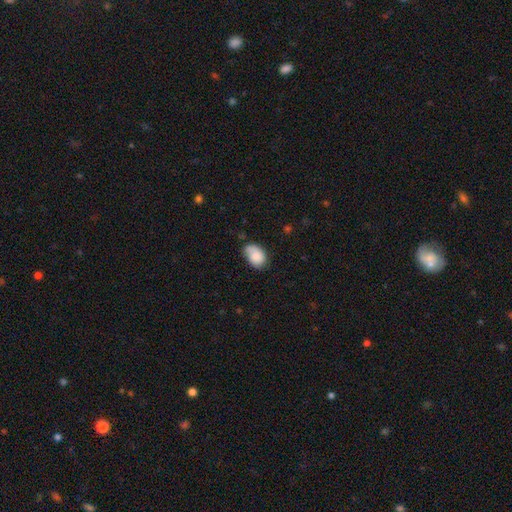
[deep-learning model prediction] smooth-or-featured: smooth: 72% | featured or disk: 21% | star or artifact: 7%
  how-rounded: in between: 79% | round: 19% | cigar-shaped: 1%
  merging: none: 50% | minor disturbance: 32% | major disturbance: 13% | merger: 5%